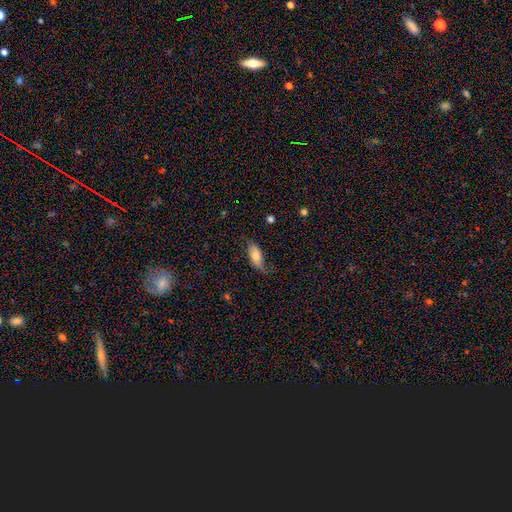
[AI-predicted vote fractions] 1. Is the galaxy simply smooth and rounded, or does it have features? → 55% smooth, 38% featured or disk, 7% star or artifact.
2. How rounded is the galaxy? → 81% in between, 16% cigar-shaped, 3% round.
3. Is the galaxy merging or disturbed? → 54% none, 31% minor disturbance, 13% major disturbance, 2% merger.